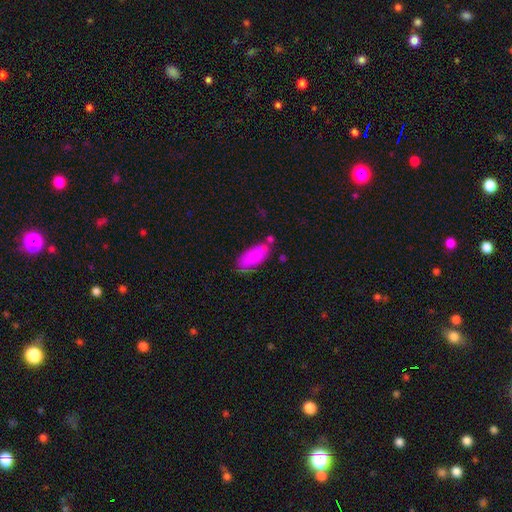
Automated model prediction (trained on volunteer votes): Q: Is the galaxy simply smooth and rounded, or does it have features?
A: smooth — 85%.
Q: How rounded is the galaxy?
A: in between — 86%.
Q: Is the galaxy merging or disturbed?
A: none — 60%.